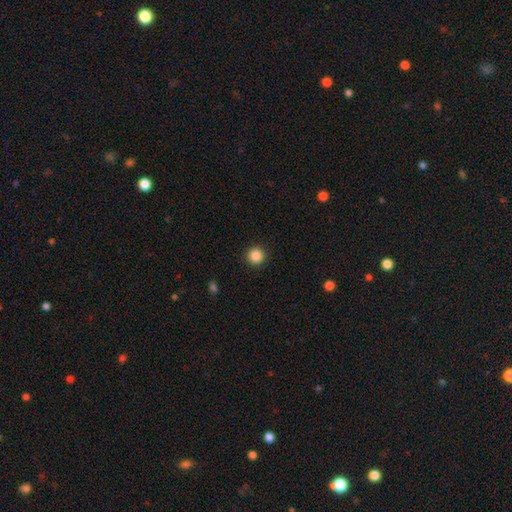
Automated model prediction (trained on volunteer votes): Q: Smooth or featured?
A: smooth (86%); runner-up: star or artifact (10%)
Q: How rounded?
A: round (95%); runner-up: in between (4%)
Q: Merging?
A: none (92%); runner-up: minor disturbance (5%)